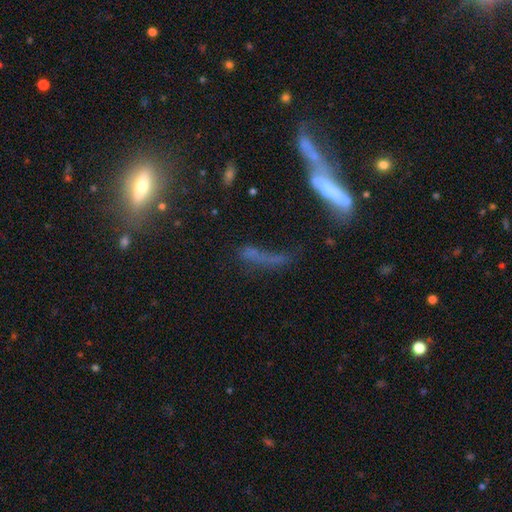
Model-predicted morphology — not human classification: A smooth galaxy with no disk features (43%).

Vote fractions:
- Smooth or featured? smooth: 43% / featured or disk: 36% / star or artifact: 21%
- Merging? major disturbance: 31% / merger: 29% / none: 26% / minor disturbance: 14%